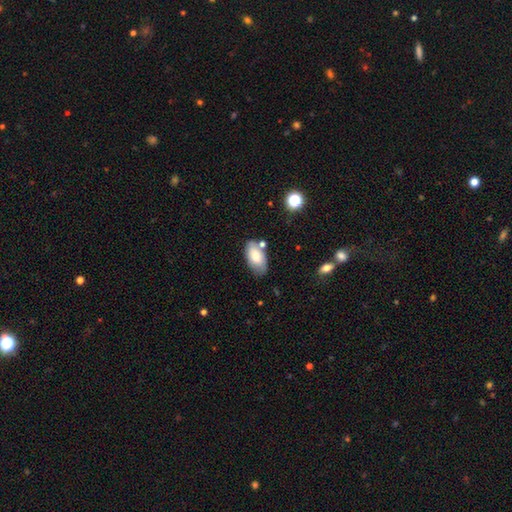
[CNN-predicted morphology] The model was most divided on "merging": none: 67%, minor disturbance: 20%, merger: 8%, major disturbance: 4%. More confident: how rounded — in between (94%); smooth or featured — smooth (75%).